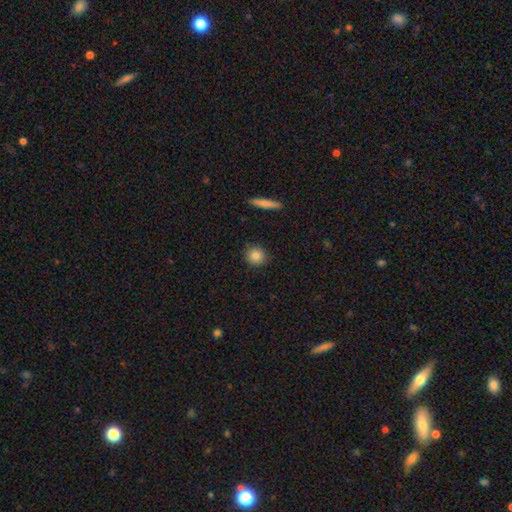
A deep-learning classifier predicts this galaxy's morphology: Q: Smooth or featured?
A: smooth (83%); runner-up: star or artifact (9%)
Q: How rounded?
A: round (91%); runner-up: in between (8%)
Q: Merging?
A: none (90%); runner-up: minor disturbance (7%)